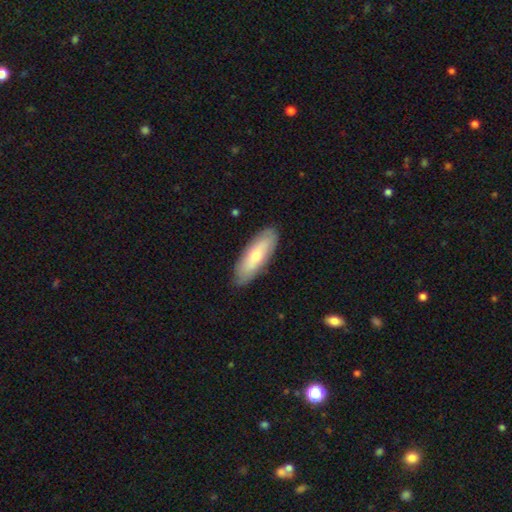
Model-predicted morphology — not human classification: type=smooth (61%); roundness=in between (64%); merging=none (86%).